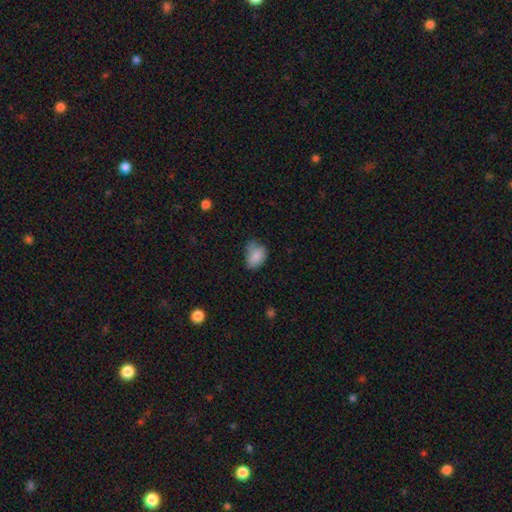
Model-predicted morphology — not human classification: Smooth or featured?
  - smooth: 83% *
  - star or artifact: 9%
  - featured or disk: 8%
How rounded?
  - in between: 75% *
  - round: 24%
  - cigar-shaped: 1%
Merging?
  - none: 48% *
  - minor disturbance: 38%
  - major disturbance: 10%
  - merger: 4%